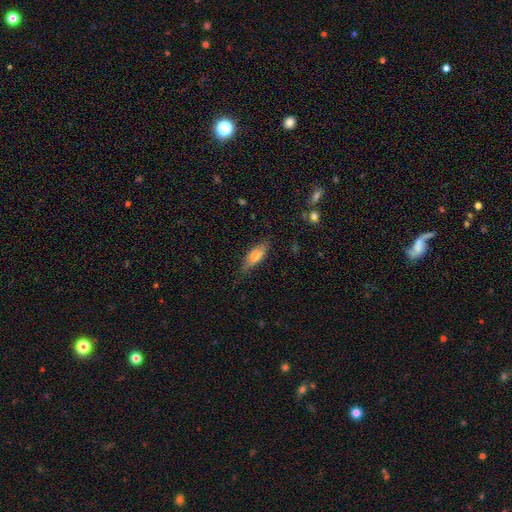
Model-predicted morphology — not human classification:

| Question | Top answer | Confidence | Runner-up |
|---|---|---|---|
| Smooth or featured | smooth | 74% | featured or disk (19%) |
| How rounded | in between | 65% | cigar-shaped (32%) |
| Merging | none | 67% | minor disturbance (25%) |